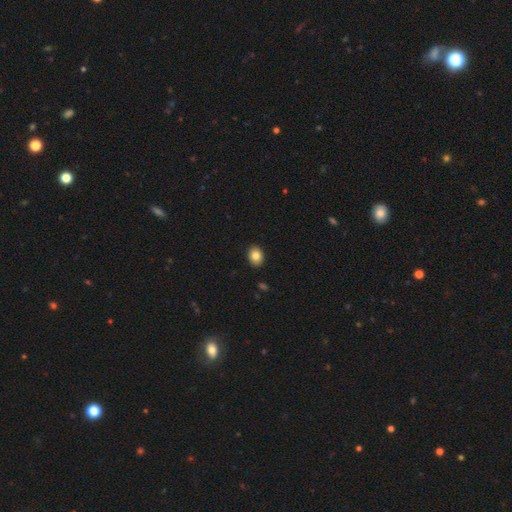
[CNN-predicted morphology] A smooth galaxy with no disk features (84%) that is in between round and cigar-shaped (59%). Merging: none (91%).